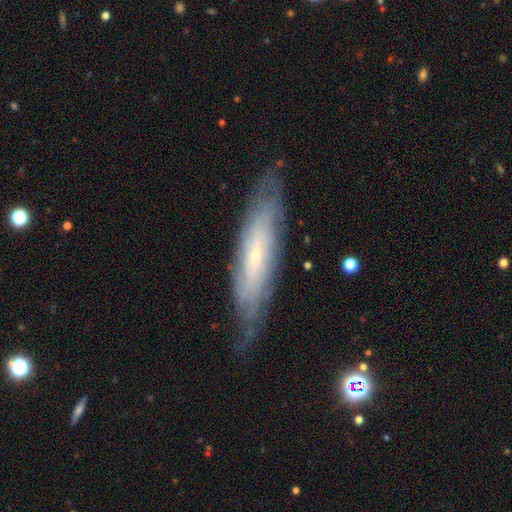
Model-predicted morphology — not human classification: This appears to be a featured or disk galaxy (70%). Merging: none (73%).